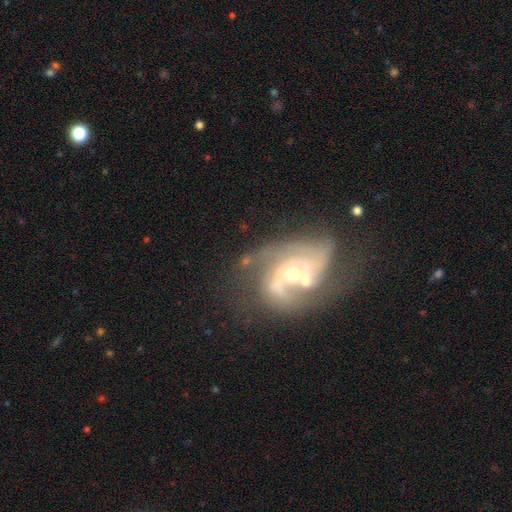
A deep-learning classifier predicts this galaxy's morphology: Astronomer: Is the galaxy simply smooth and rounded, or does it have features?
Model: featured or disk — 83%.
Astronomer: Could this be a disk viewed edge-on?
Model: no — 97%.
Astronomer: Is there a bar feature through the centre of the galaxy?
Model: no — 60%.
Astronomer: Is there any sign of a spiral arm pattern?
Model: yes — 91%.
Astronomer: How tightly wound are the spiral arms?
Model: medium — 47% (runner-up: tight, 32%).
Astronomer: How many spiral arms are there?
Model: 2 — 43% (runner-up: 3, 24%).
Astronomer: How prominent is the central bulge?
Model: moderate — 49% (runner-up: small, 44%).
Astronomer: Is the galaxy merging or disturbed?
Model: none — 44% (runner-up: merger, 24%).